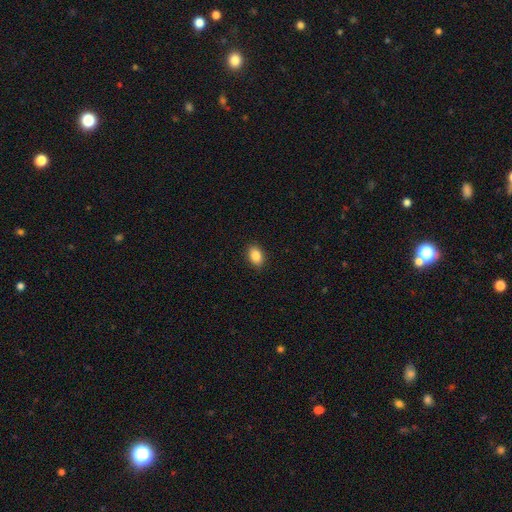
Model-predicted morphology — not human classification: Smooth or featured? smooth (86%)
How rounded? in between (84%)
Merging? none (90%)